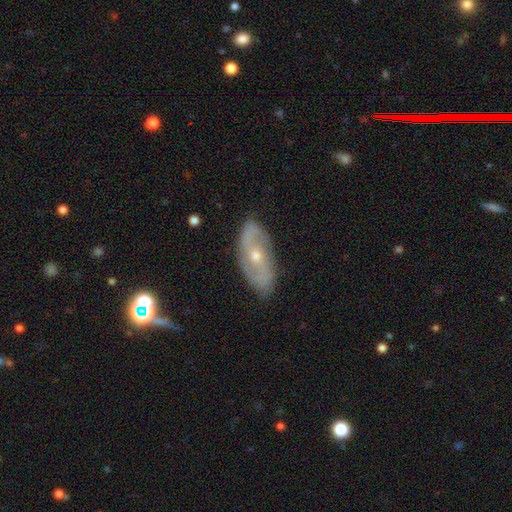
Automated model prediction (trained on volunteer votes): Q: Smooth or featured?
A: featured or disk (74%); runner-up: smooth (18%)
Q: Edge-on disk?
A: no (89%); runner-up: yes (11%)
Q: Bar?
A: no (57%); runner-up: weak (30%)
Q: Spiral arms?
A: yes (80%); runner-up: no (20%)
Q: Spiral winding?
A: medium (39%); runner-up: loose (32%)
Q: Spiral arm count?
A: 2 (78%); runner-up: can't tell (15%)
Q: Bulge size?
A: small (55%); runner-up: moderate (42%)
Q: Merging?
A: none (81%); runner-up: minor disturbance (14%)